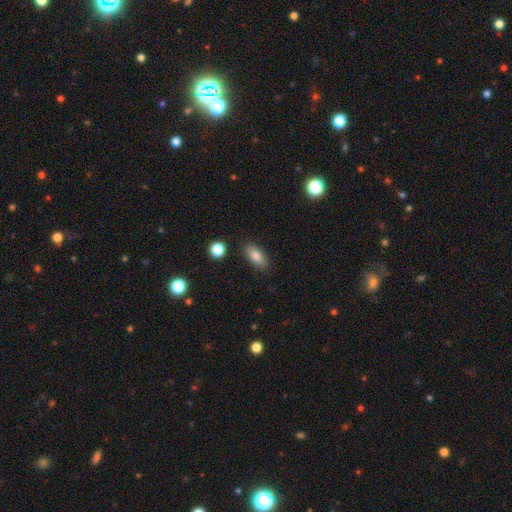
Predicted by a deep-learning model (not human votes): smooth-or-featured: smooth: 82% | featured or disk: 9% | star or artifact: 8%
  how-rounded: in between: 87% | cigar-shaped: 9% | round: 5%
  merging: none: 86% | minor disturbance: 10% | major disturbance: 2% | merger: 2%